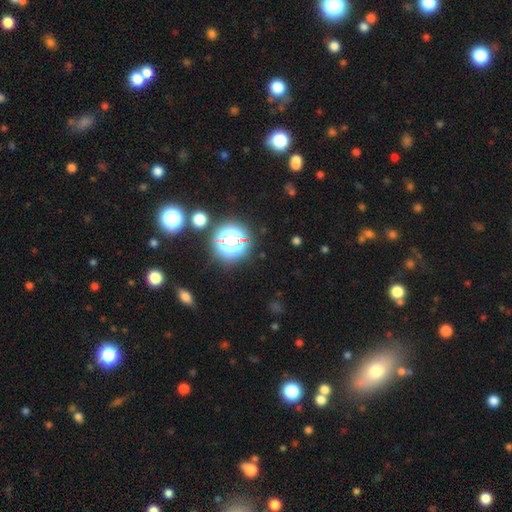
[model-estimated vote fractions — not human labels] A star or artifact, not a galaxy (72%).